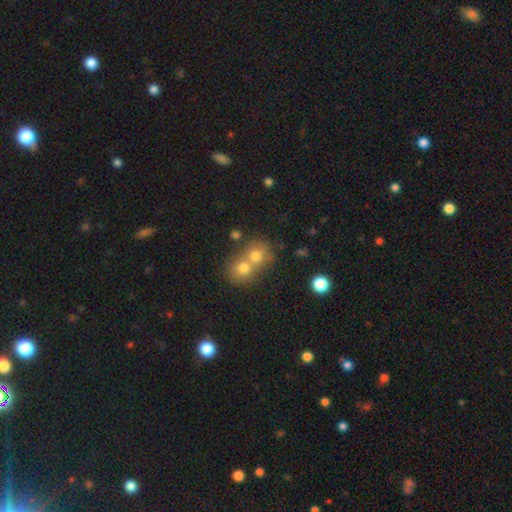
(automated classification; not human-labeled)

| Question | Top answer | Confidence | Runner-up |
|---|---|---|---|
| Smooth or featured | smooth | 72% | featured or disk (16%) |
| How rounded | round | 75% | in between (24%) |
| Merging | merger | 64% | none (27%) |